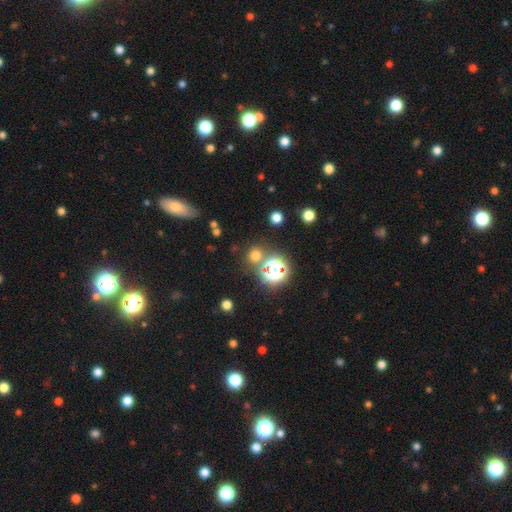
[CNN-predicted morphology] A smooth galaxy with no disk features (62%) that is round (87%).

Vote fractions:
- Smooth or featured? smooth: 62% / star or artifact: 31% / featured or disk: 6%
- How rounded? round: 87% / in between: 12% / cigar-shaped: 1%
- Merging? none: 79% / merger: 10% / minor disturbance: 8% / major disturbance: 4%